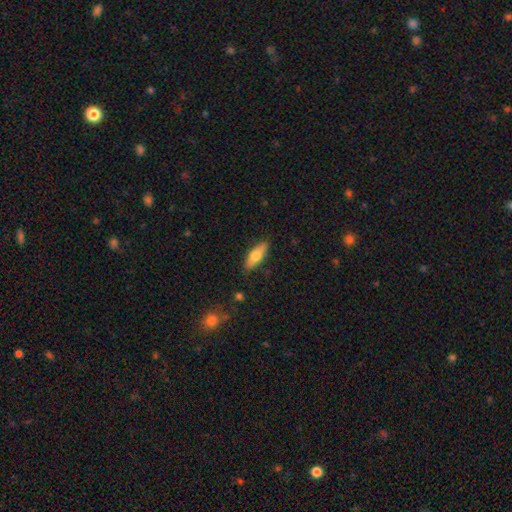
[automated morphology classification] smooth 68%, featured or disk 26%, star or artifact 6%. Down the decision tree: how rounded — in between (63%); merging — none (85%).